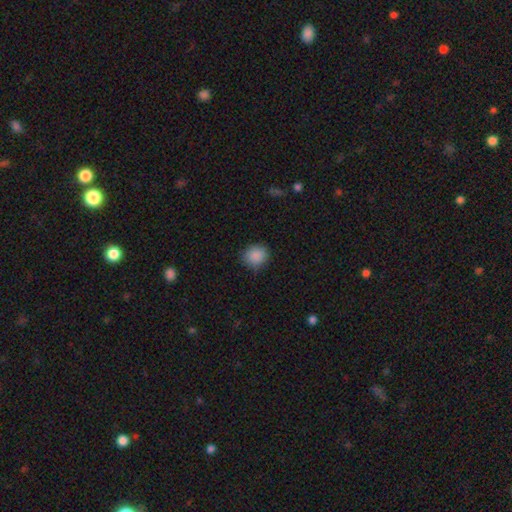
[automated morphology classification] smooth-or-featured: smooth: 88% | star or artifact: 9% | featured or disk: 3%
  how-rounded: round: 79% | in between: 20% | cigar-shaped: 1%
  merging: none: 83% | minor disturbance: 13% | major disturbance: 3% | merger: 1%